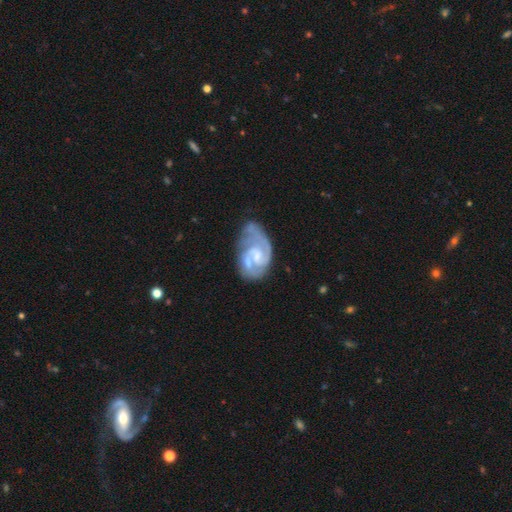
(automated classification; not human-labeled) This is clearly a featured or disk galaxy (84%). It is clearly not viewed edge-on (98%). Bar: possibly weak (49%). Spiral arm pattern: clearly yes (95%). Spiral arm count: likely 2 (69%). Spiral winding: possibly medium (46%). Central bulge: possibly small (45%). Merging: marginally none (43%).